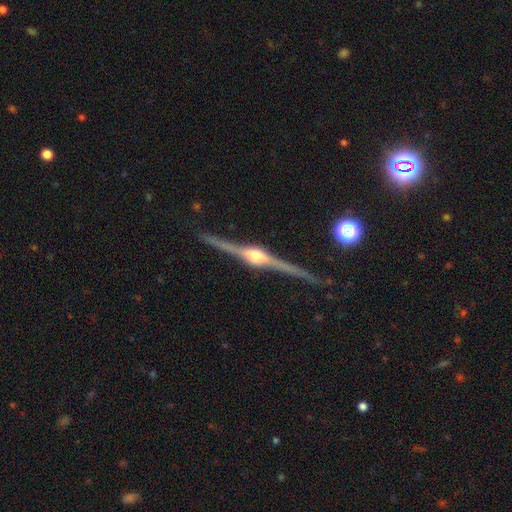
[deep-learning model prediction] This is clearly a featured or disk galaxy (91%). It is clearly viewed edge-on (98%). Edge-on bulge: clearly rounded (90%). Merging: clearly none (90%).